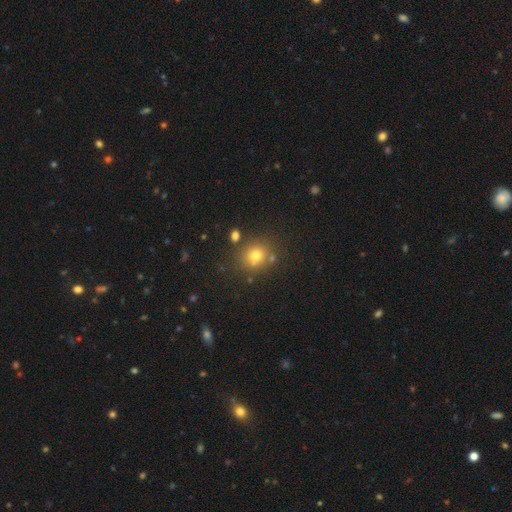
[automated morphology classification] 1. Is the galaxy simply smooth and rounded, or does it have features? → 72% smooth, 18% star or artifact, 10% featured or disk.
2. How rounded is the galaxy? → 78% round, 21% in between, 1% cigar-shaped.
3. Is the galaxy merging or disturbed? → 76% none, 11% minor disturbance, 10% merger, 4% major disturbance.